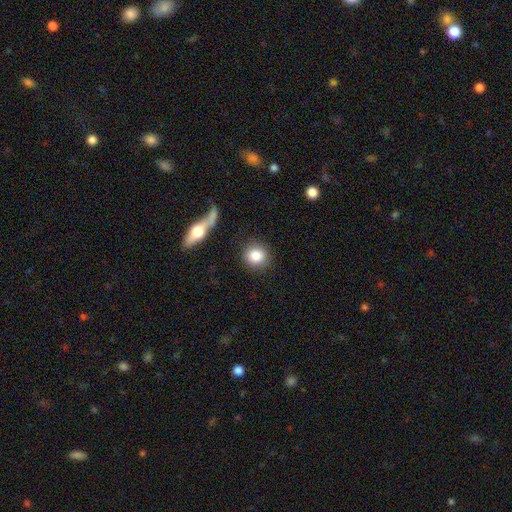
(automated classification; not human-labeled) A smooth galaxy with no disk features (84%) that is round (86%).

Vote fractions:
- Smooth or featured? smooth: 84% / featured or disk: 8% / star or artifact: 7%
- How rounded? round: 86% / in between: 12% / cigar-shaped: 2%
- Merging? none: 82% / minor disturbance: 9% / merger: 5% / major disturbance: 4%